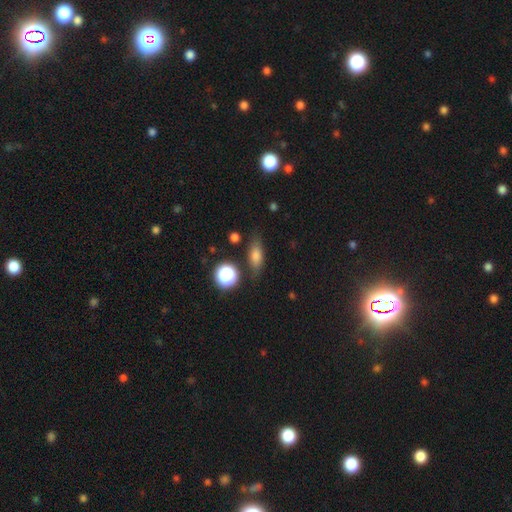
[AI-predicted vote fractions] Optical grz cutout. It shows a smooth galaxy with no disk features (69%) that is in between round and cigar-shaped (59%). Merging: none (78%).